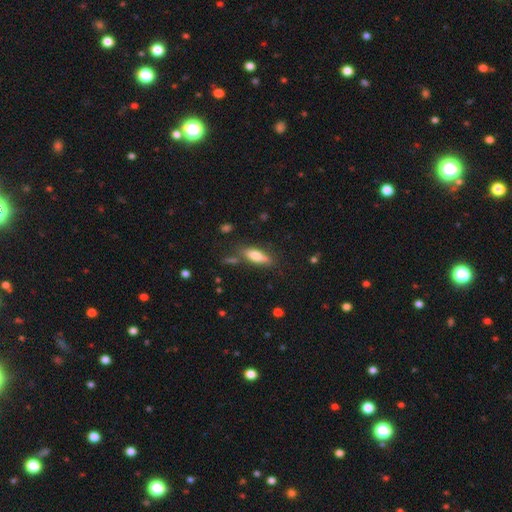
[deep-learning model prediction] Smooth or featured?
  - smooth: 75% *
  - featured or disk: 18%
  - star or artifact: 7%
How rounded?
  - in between: 59% *
  - cigar-shaped: 38%
  - round: 2%
Merging?
  - none: 69% *
  - minor disturbance: 19%
  - merger: 6%
  - major disturbance: 6%